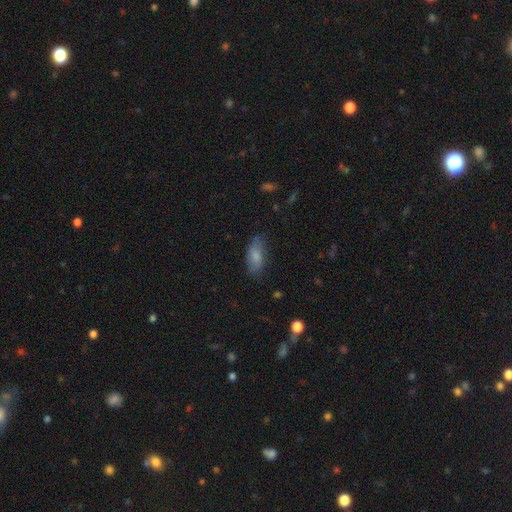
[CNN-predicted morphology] type=smooth (82%); roundness=in between (84%); merging=none (75%).